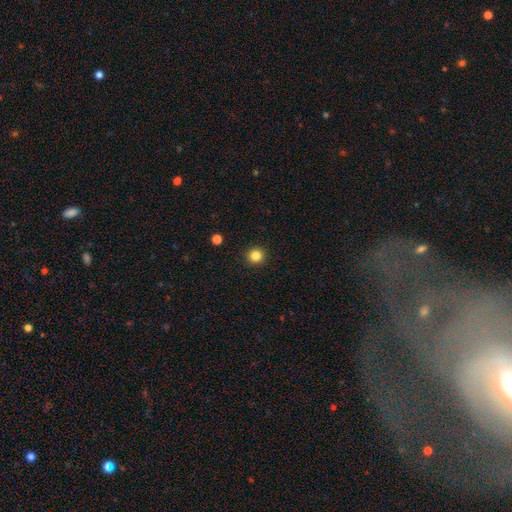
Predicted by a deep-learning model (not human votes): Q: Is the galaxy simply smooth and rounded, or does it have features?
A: smooth — 84%.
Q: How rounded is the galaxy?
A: round — 94%.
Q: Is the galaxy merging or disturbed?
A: none — 93%.